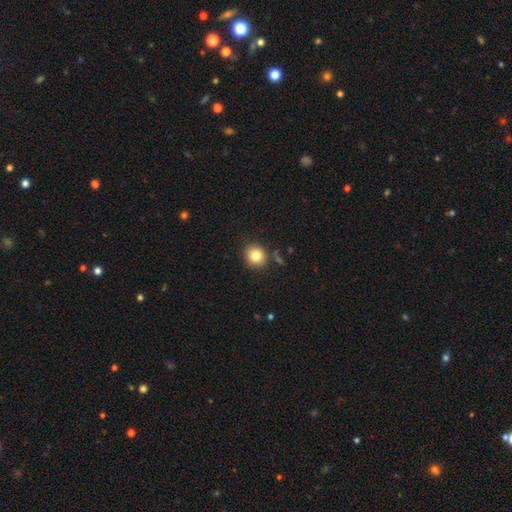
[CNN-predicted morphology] type=smooth (83%); roundness=round (84%); merging=none (85%).